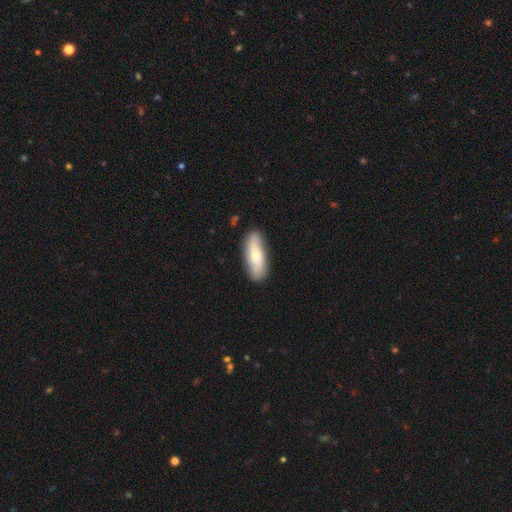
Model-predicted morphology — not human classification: Smooth or featured?
  - smooth: 51% *
  - featured or disk: 43%
  - star or artifact: 6%
How rounded?
  - in between: 66% *
  - cigar-shaped: 31%
  - round: 3%
Merging?
  - none: 84% *
  - minor disturbance: 12%
  - major disturbance: 3%
  - merger: 2%